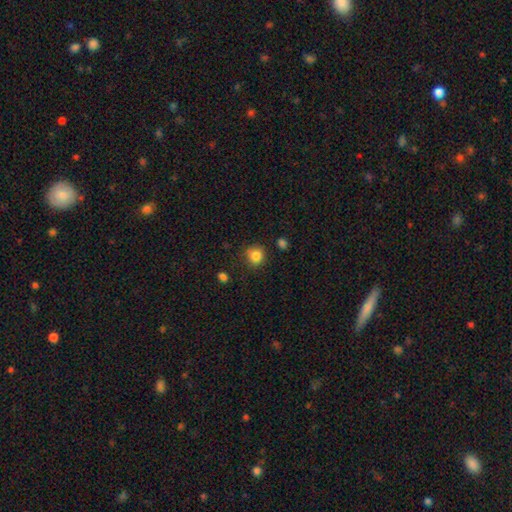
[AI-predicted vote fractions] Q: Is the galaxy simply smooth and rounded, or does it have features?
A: smooth — 84%.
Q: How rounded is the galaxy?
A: round — 86%.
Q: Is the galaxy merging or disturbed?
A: none — 78%.